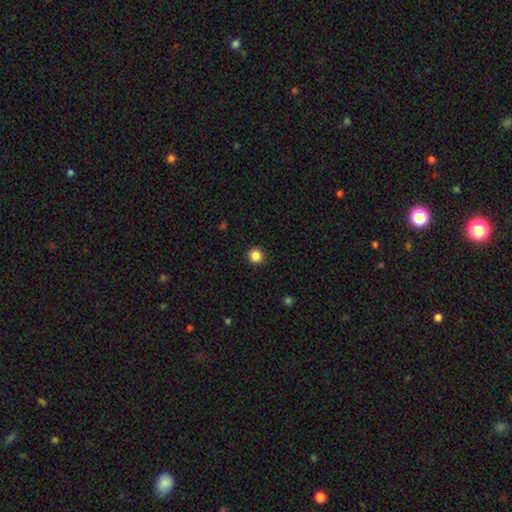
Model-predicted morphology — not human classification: Smooth or featured? Predicted: smooth (p=0.86). How rounded? Predicted: round (p=0.94). Merging? Predicted: none (p=0.92).